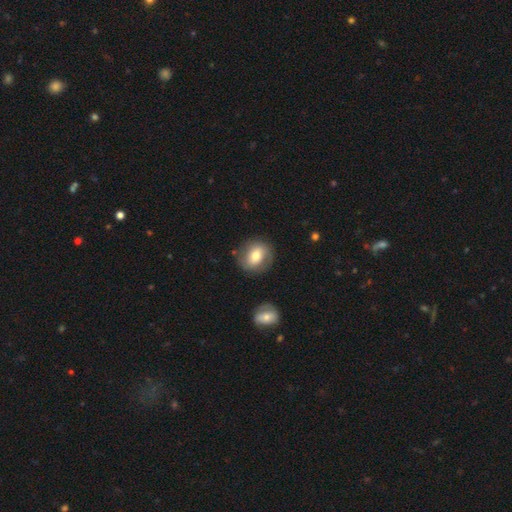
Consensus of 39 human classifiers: Smooth or featured: smooth — 59% (featured or disk — 33%)
How rounded: round — 87% (in between — 13%)
Merging: none — 81% (minor disturbance — 17%)